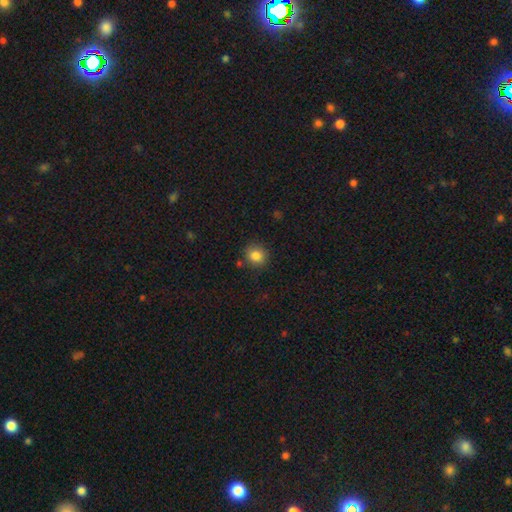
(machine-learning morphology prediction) smooth_or_featured: smooth (p=0.84) [alt: star or artifact p=0.10]
how_rounded: round (p=0.85) [alt: in between p=0.14]
merging: none (p=0.83) [alt: minor disturbance p=0.10]